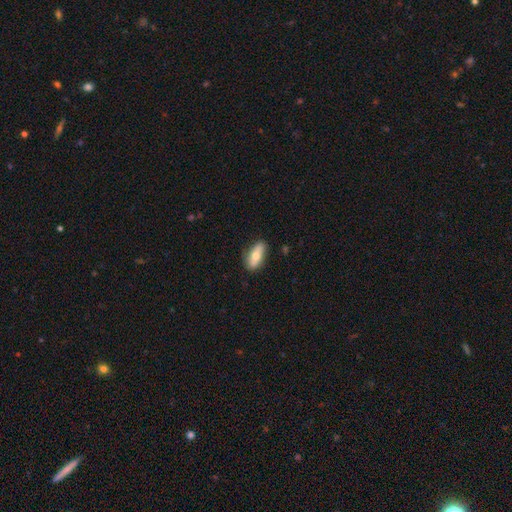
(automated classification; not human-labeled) Overall: smooth (63%; featured or disk 31%). How rounded: in between (78%). Merging: none (80%).